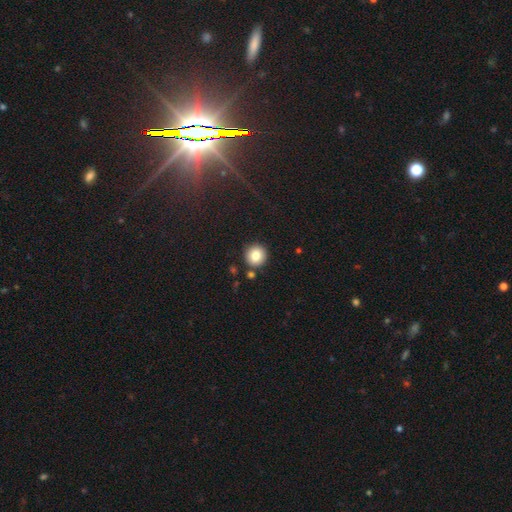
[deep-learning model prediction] smooth 82%, star or artifact 10%, featured or disk 8%. Down the decision tree: how rounded — round (94%); merging — none (87%).